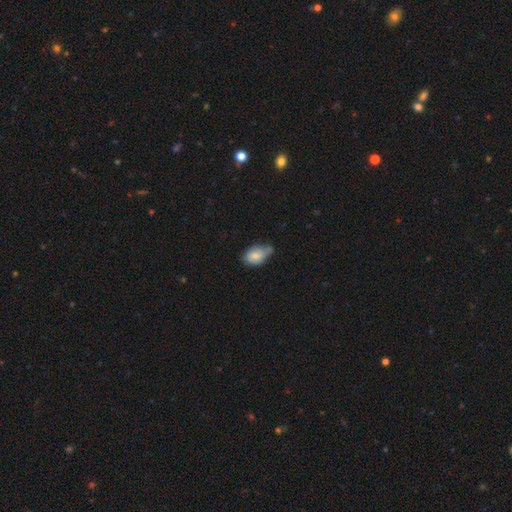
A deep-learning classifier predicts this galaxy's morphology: Smooth or featured?
  - smooth: 74% *
  - featured or disk: 18%
  - star or artifact: 8%
How rounded?
  - in between: 90% *
  - round: 8%
  - cigar-shaped: 2%
Merging?
  - minor disturbance: 46% *
  - none: 37%
  - major disturbance: 11%
  - merger: 6%